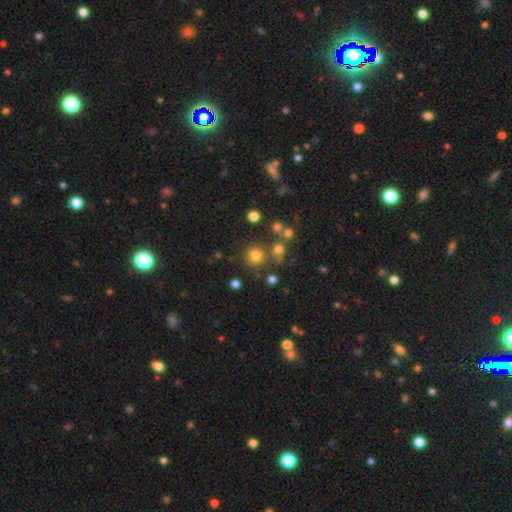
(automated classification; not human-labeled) The model was most divided on "smooth or featured": smooth: 76%, star or artifact: 17%, featured or disk: 7%. More confident: how rounded — round (92%); merging — none (79%).